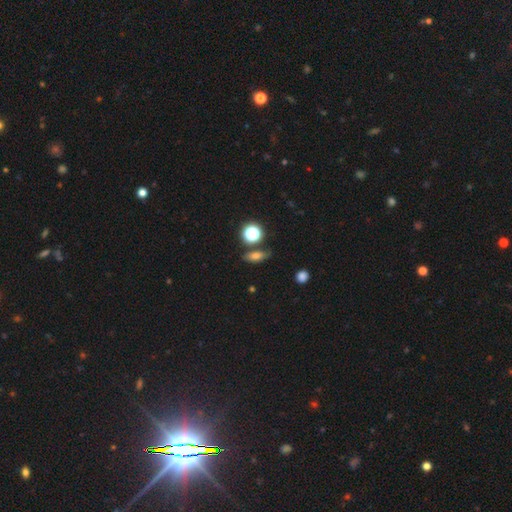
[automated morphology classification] Q: Smooth or featured?
A: smooth (66%); runner-up: featured or disk (18%)
Q: How rounded?
A: in between (59%); runner-up: cigar-shaped (23%)
Q: Merging?
A: none (76%); runner-up: minor disturbance (14%)